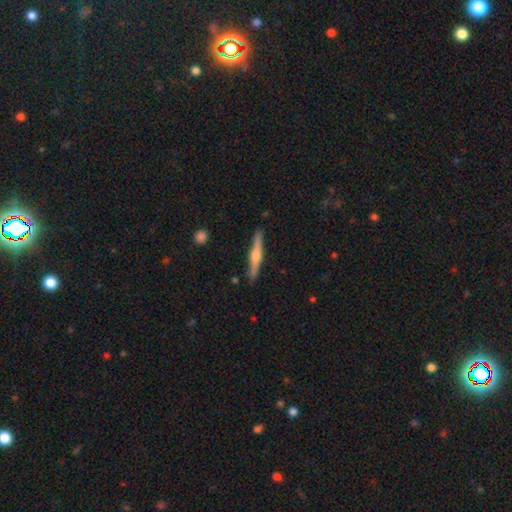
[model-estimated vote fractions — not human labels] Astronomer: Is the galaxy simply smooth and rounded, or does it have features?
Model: featured or disk — 68%.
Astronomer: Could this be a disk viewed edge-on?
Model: yes — 98%.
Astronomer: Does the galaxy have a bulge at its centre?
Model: rounded — 89%.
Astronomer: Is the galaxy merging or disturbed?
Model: none — 89%.